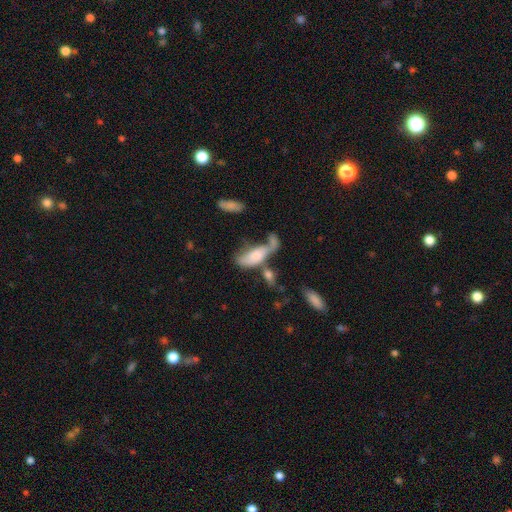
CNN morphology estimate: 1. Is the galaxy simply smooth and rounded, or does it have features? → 69% smooth, 23% featured or disk, 8% star or artifact.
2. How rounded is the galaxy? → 79% in between, 18% cigar-shaped, 3% round.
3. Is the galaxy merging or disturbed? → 46% merger, 21% major disturbance, 19% none, 14% minor disturbance.